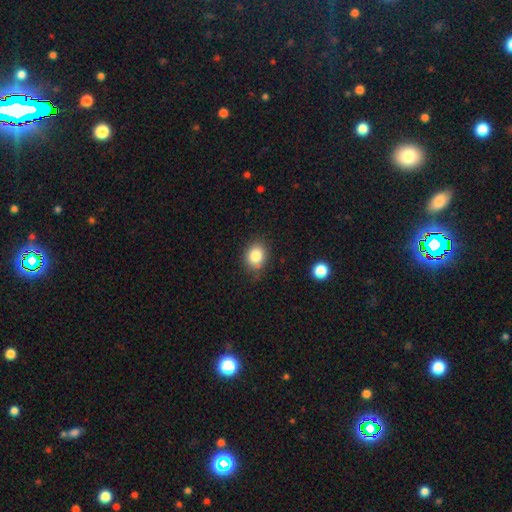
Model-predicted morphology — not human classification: This is clearly a smooth galaxy (83%). How rounded: possibly round (52%). Merging: likely none (78%).